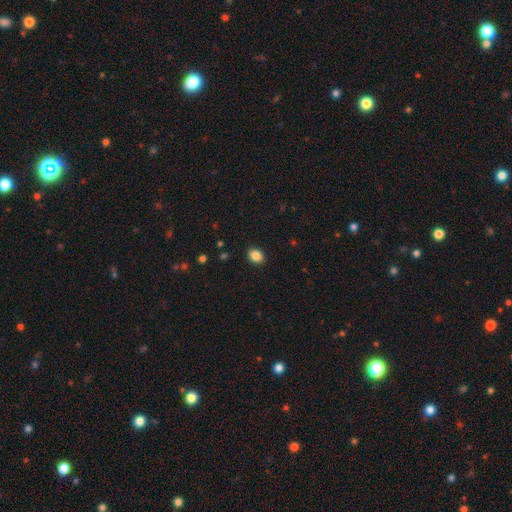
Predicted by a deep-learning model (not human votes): Smooth or featured: smooth — 86% (star or artifact — 9%)
How rounded: in between — 58% (round — 41%)
Merging: none — 91% (minor disturbance — 7%)